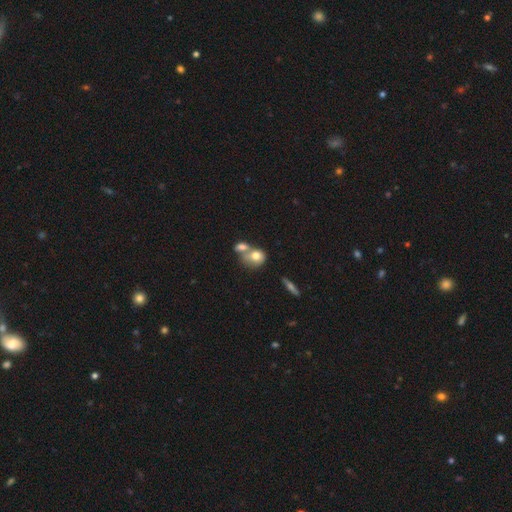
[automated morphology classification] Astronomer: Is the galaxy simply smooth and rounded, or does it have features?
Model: smooth — 73%.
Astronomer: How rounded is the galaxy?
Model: in between — 50% (runner-up: round, 48%).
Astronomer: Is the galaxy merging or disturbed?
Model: merger — 60%.